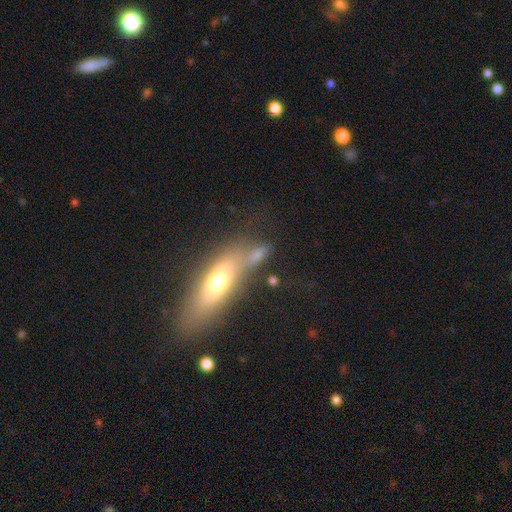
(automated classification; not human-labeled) Overall: smooth (63%). How rounded: in between (55%; cigar-shaped 31%). Merging: none (49%; merger 24%).